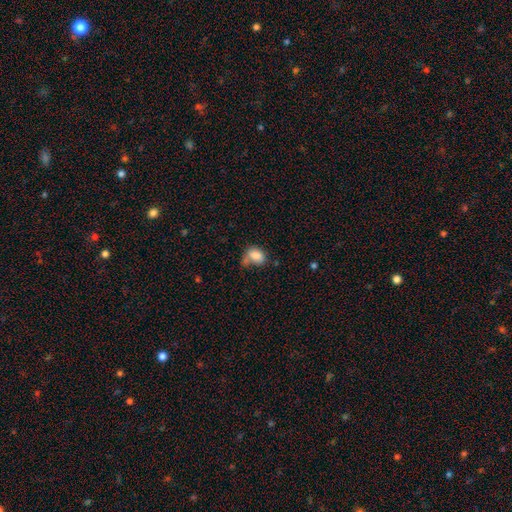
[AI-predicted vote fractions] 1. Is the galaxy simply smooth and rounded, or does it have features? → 82% smooth, 9% star or artifact, 9% featured or disk.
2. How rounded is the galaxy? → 76% in between, 22% round, 1% cigar-shaped.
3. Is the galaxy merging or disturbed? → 38% none, 27% minor disturbance, 19% merger, 16% major disturbance.